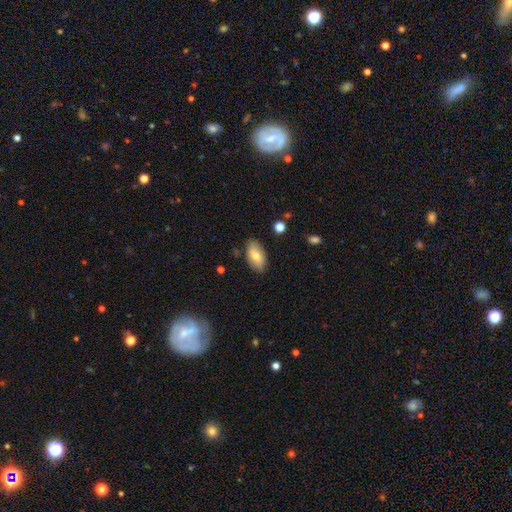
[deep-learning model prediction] A smooth galaxy with no disk features (71%) that is in between round and cigar-shaped (93%). Merging: none (84%).